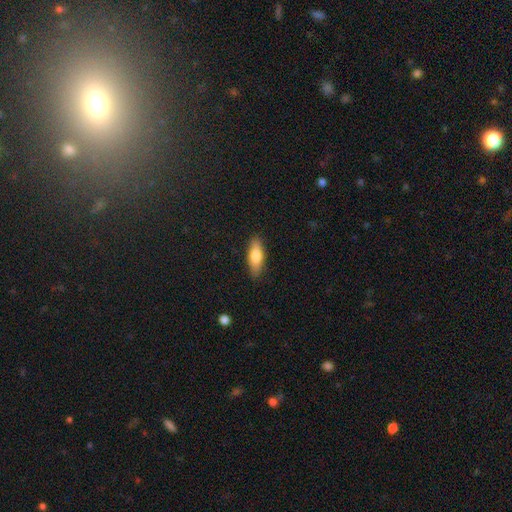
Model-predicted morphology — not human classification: smooth_or_featured: smooth (p=0.72) [alt: featured or disk p=0.22]
how_rounded: in between (p=0.57) [alt: cigar-shaped p=0.40]
merging: none (p=0.87) [alt: minor disturbance p=0.10]